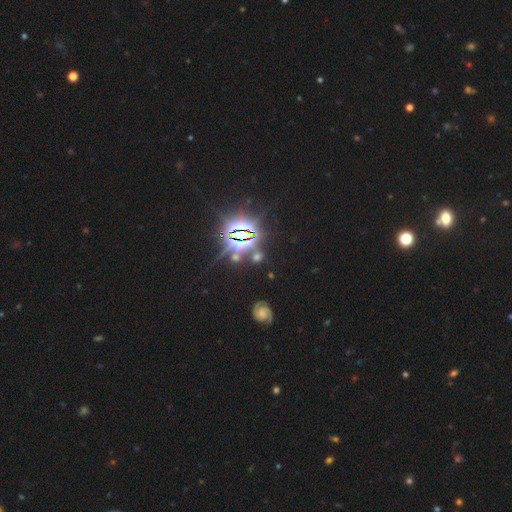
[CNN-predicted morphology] Smooth or featured? Predicted: star or artifact (p=0.79).